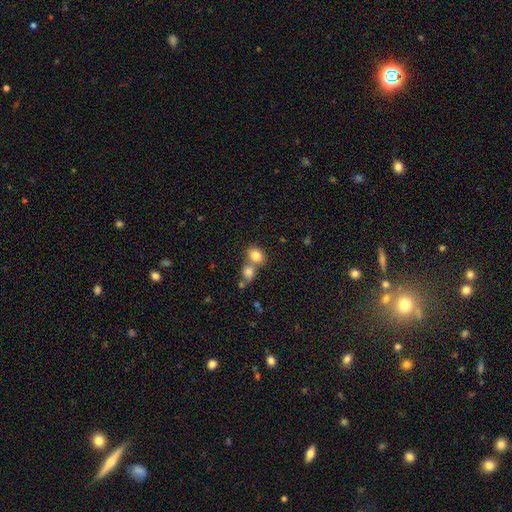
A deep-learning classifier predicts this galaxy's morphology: smooth-or-featured: smooth: 82% | star or artifact: 10% | featured or disk: 8%
  how-rounded: round: 56% | in between: 42% | cigar-shaped: 1%
  merging: none: 45% | merger: 43% | minor disturbance: 8% | major disturbance: 3%